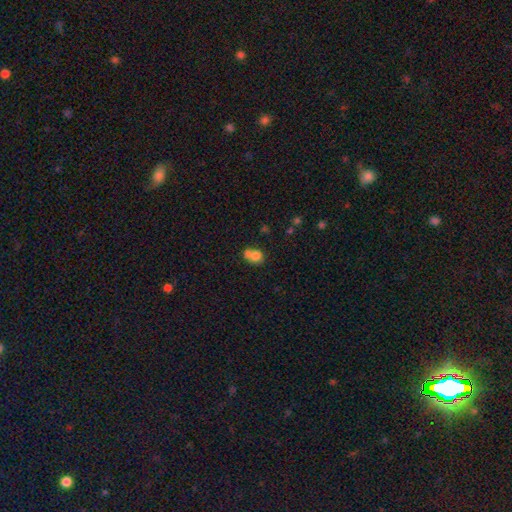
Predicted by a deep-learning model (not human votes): Smooth or featured? Predicted: smooth (p=0.72). How rounded? Predicted: round (p=0.51). Merging? Predicted: merger (p=0.52).